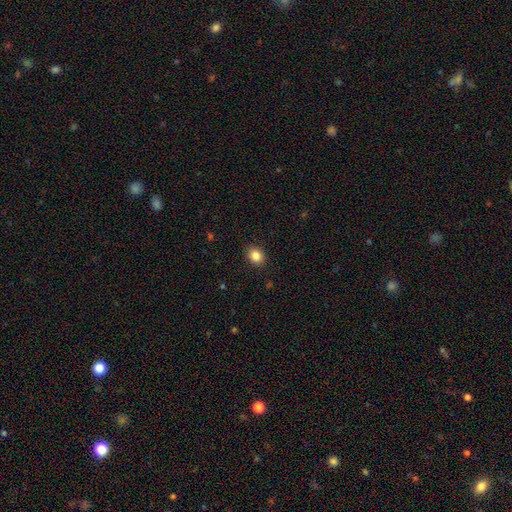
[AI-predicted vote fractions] The model was most divided on "how rounded": round: 59%, in between: 40%, cigar-shaped: 1%. More confident: merging — none (90%); smooth or featured — smooth (85%).